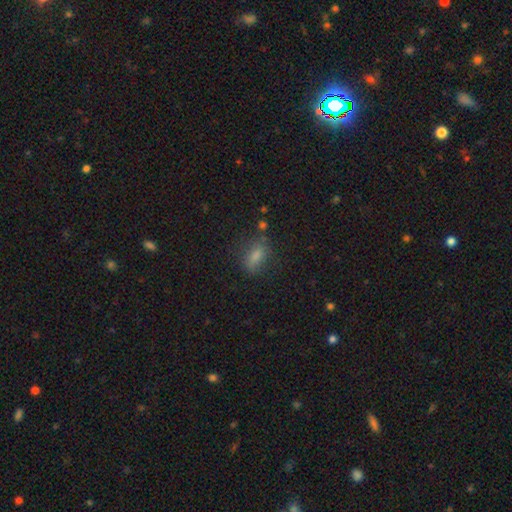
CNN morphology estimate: Q: Smooth or featured?
A: smooth (68%); runner-up: star or artifact (18%)
Q: How rounded?
A: in between (74%); runner-up: cigar-shaped (14%)
Q: Merging?
A: none (72%); runner-up: minor disturbance (18%)